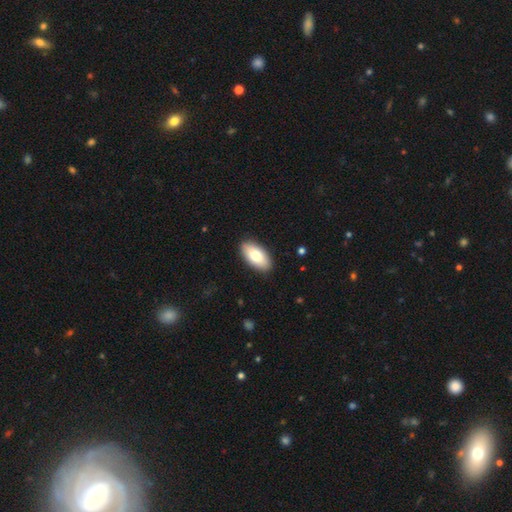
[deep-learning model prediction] smooth 80%, featured or disk 15%, star or artifact 6%. Down the decision tree: how rounded — in between (94%); merging — none (89%).